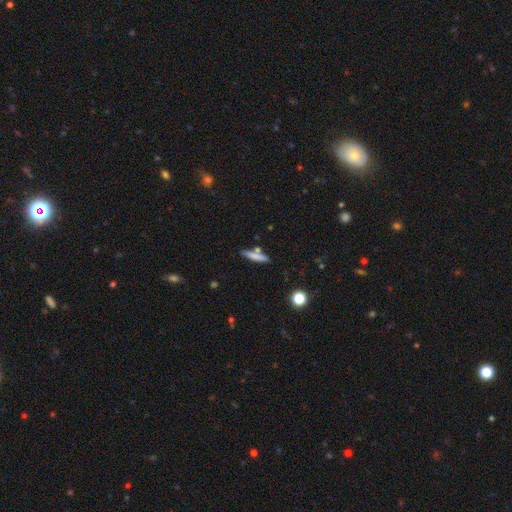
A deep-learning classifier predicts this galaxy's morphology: Smooth or featured? Predicted: smooth (p=0.72). How rounded? Predicted: cigar-shaped (p=0.88). Merging? Predicted: none (p=0.75).